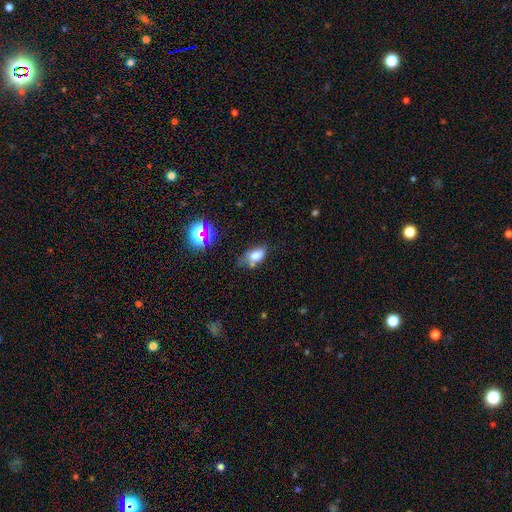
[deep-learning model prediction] Q: Smooth or featured?
A: smooth (70%); runner-up: star or artifact (16%)
Q: How rounded?
A: in between (87%); runner-up: round (10%)
Q: Merging?
A: none (40%); runner-up: minor disturbance (31%)